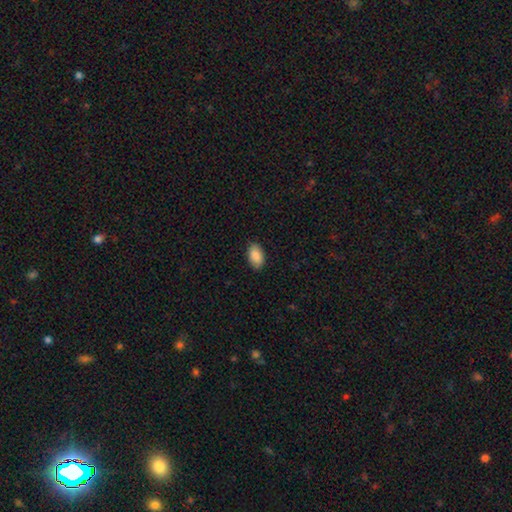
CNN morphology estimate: smooth-or-featured: smooth: 89% | star or artifact: 6% | featured or disk: 5%
  how-rounded: in between: 94% | round: 4% | cigar-shaped: 2%
  merging: none: 87% | minor disturbance: 10% | major disturbance: 2% | merger: 1%